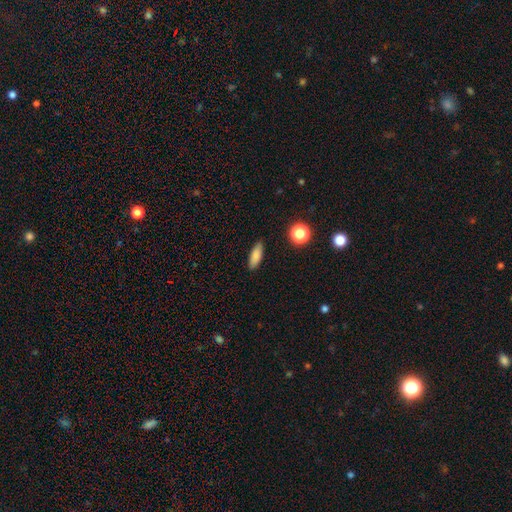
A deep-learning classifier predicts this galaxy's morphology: This is clearly a smooth galaxy (83%). How rounded: possibly in between (58%). Merging: clearly none (87%).